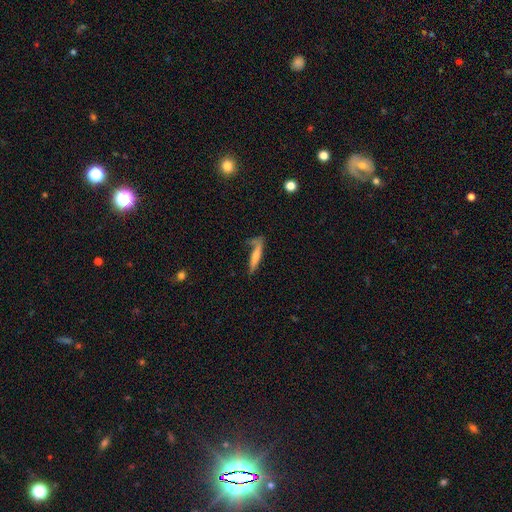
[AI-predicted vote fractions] This is possibly a smooth galaxy (51%). How rounded: clearly cigar-shaped (88%). Merging: possibly none (55%).